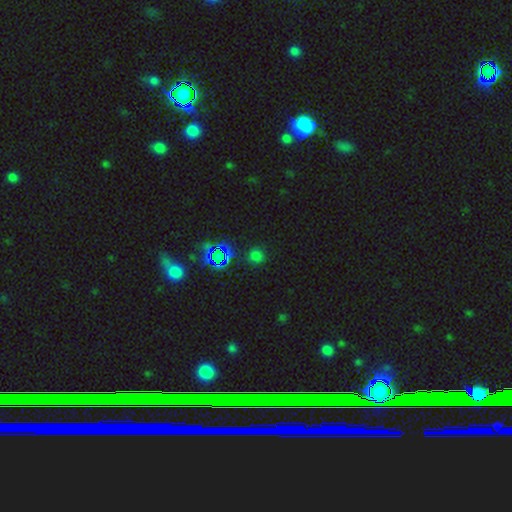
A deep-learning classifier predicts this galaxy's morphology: smooth 57%, star or artifact 38%, featured or disk 5%. Down the decision tree: how rounded — round (88%); merging — none (84%).